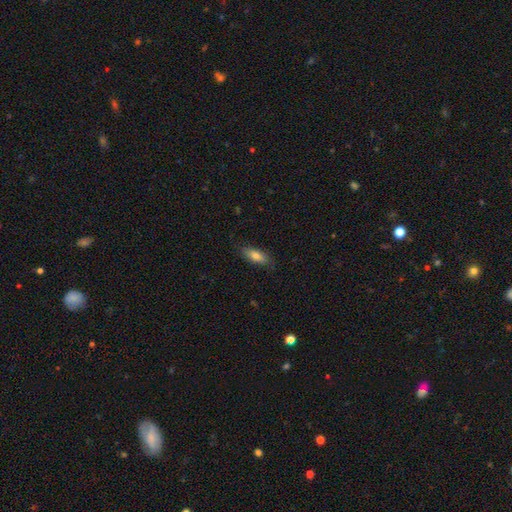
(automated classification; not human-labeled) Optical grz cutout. It shows a smooth galaxy with no disk features (77%) that is in between round and cigar-shaped (67%). Merging: none (81%).